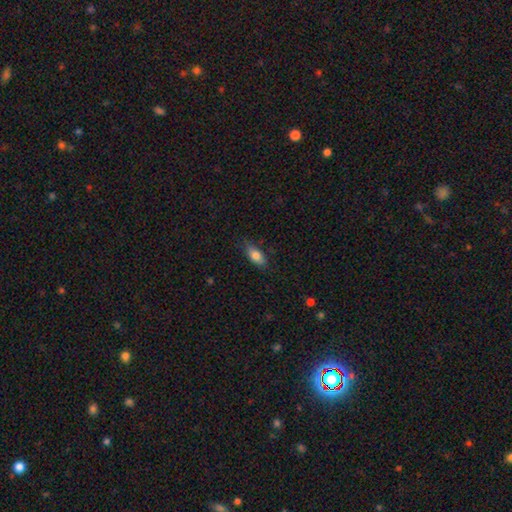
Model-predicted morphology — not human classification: Smooth or featured?
  - smooth: 81% *
  - featured or disk: 12%
  - star or artifact: 7%
How rounded?
  - in between: 85% *
  - cigar-shaped: 11%
  - round: 3%
Merging?
  - none: 77% *
  - minor disturbance: 18%
  - major disturbance: 4%
  - merger: 1%